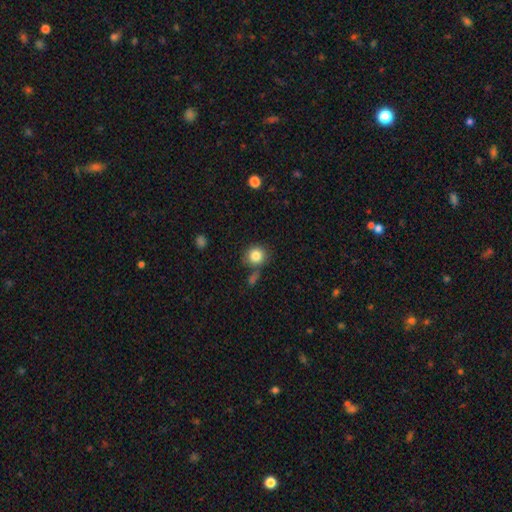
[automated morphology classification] type=smooth (85%); roundness=round (87%); merging=none (71%).